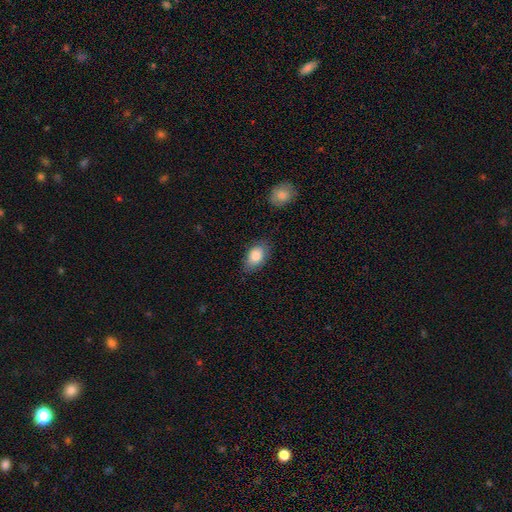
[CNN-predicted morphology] Smooth or featured?
  - smooth: 84% *
  - featured or disk: 9%
  - star or artifact: 7%
How rounded?
  - in between: 90% *
  - round: 8%
  - cigar-shaped: 2%
Merging?
  - none: 77% *
  - minor disturbance: 18%
  - major disturbance: 4%
  - merger: 2%